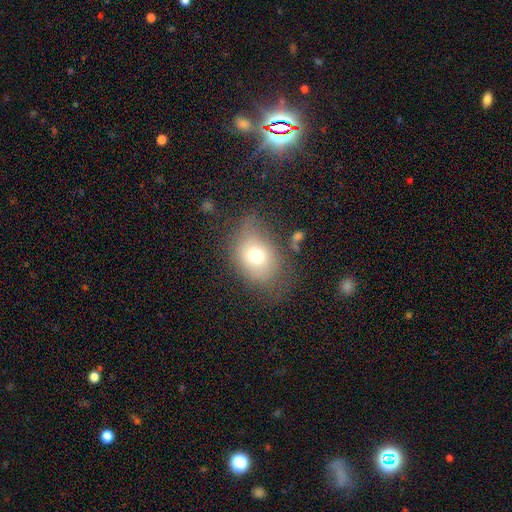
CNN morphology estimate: This is likely a smooth galaxy (70%). How rounded: likely in between (67%). Merging: possibly none (56%).